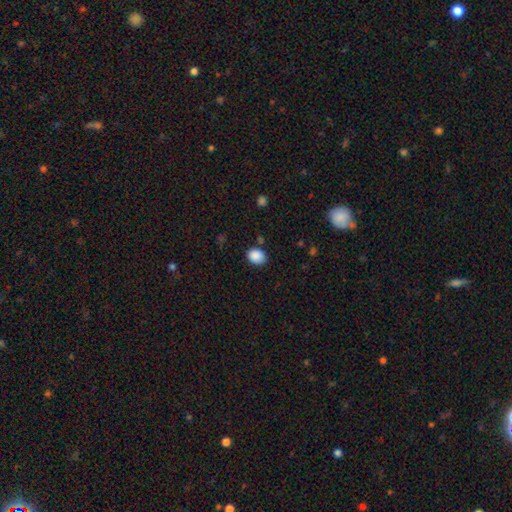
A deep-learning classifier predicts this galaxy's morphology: Smooth or featured? smooth (88%)
How rounded? in between (53%)
Merging? none (80%)